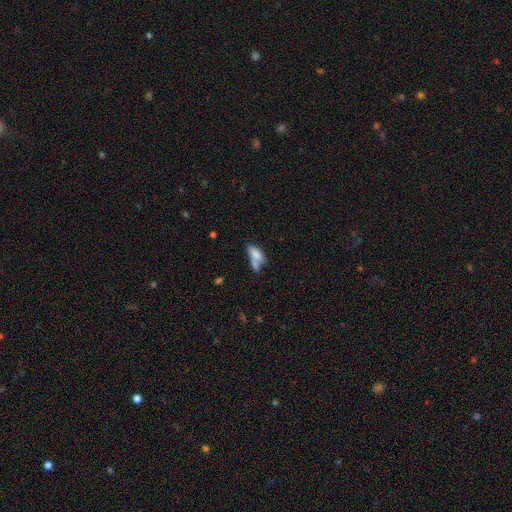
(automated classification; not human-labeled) Smooth or featured: smooth — 75% (featured or disk — 16%)
How rounded: in between — 78% (cigar-shaped — 18%)
Merging: merger — 42% (none — 32%)